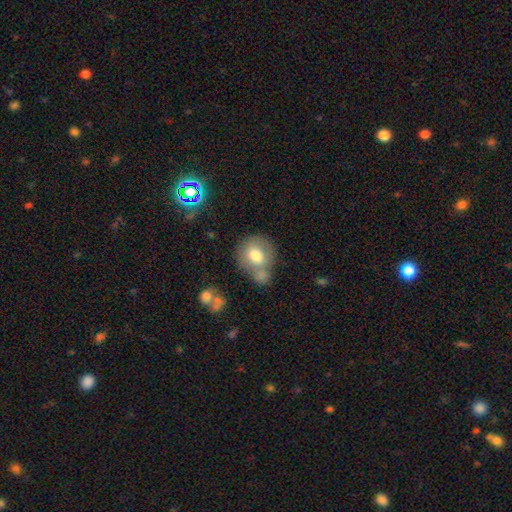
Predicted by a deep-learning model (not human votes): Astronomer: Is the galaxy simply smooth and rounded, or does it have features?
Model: smooth — 73%.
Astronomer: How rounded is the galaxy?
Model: round — 76%.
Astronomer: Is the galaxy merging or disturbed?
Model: none — 43% (runner-up: merger, 35%).